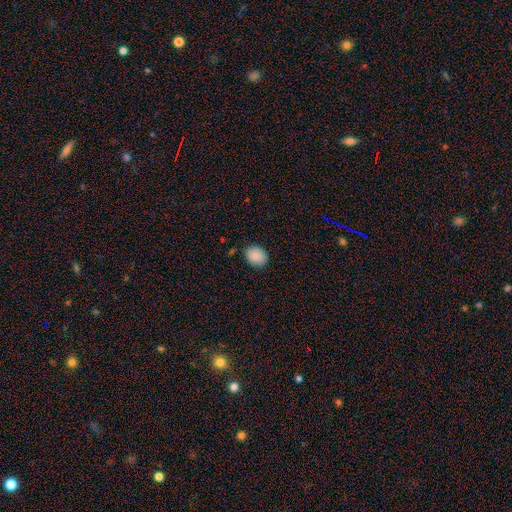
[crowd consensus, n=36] Smooth or featured: smooth — 92% (star or artifact — 6%)
How rounded: in between — 52% (round — 48%)
Merging: none — 91% (minor disturbance — 9%)